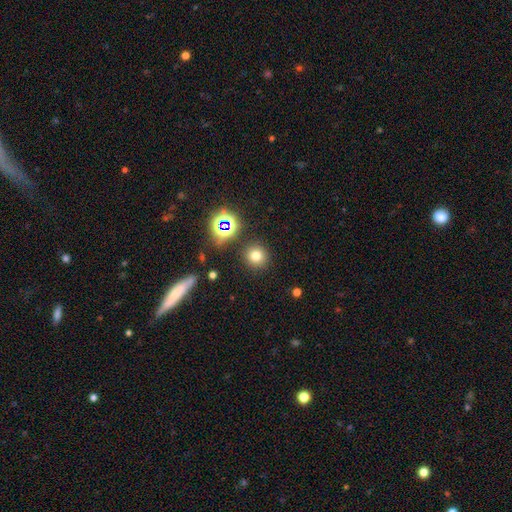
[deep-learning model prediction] Smooth or featured? Predicted: smooth (p=0.70). How rounded? Predicted: round (p=0.91). Merging? Predicted: none (p=0.87).